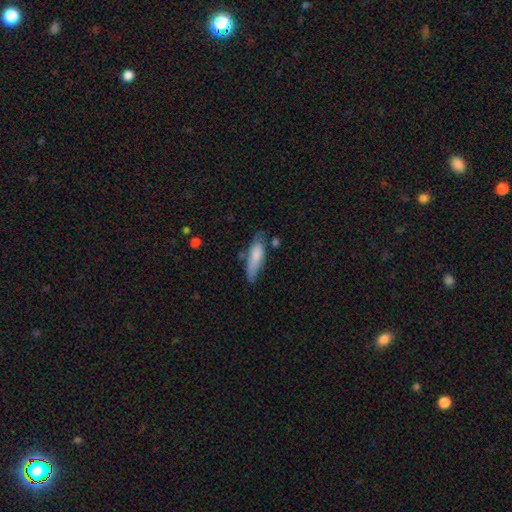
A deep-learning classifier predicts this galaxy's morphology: Smooth or featured?
  - smooth: 77% *
  - featured or disk: 16%
  - star or artifact: 6%
How rounded?
  - cigar-shaped: 54% *
  - in between: 44%
  - round: 2%
Merging?
  - none: 54% *
  - minor disturbance: 30%
  - major disturbance: 9%
  - merger: 6%